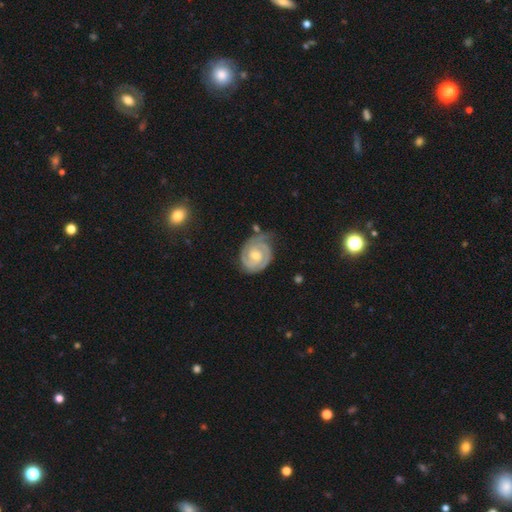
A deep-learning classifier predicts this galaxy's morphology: type=featured or disk (89%); edge-on=no (98%); bar=no (54%); spiral arms=yes (98%); winding=tight (78%); arm count=2 (75%); bulge=moderate (54%); merging=none (67%).